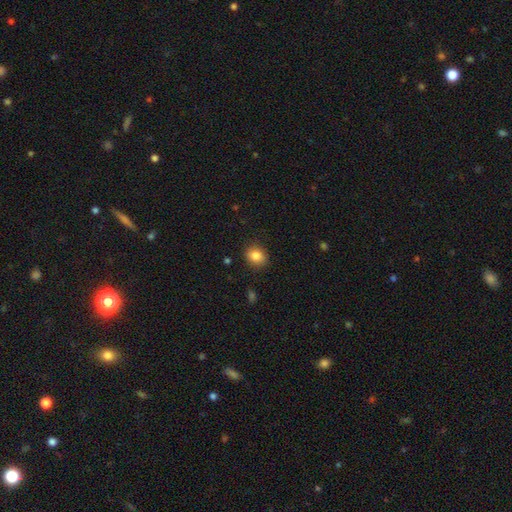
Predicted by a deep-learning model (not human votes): Smooth or featured? smooth (85%)
How rounded? round (56%)
Merging? none (86%)